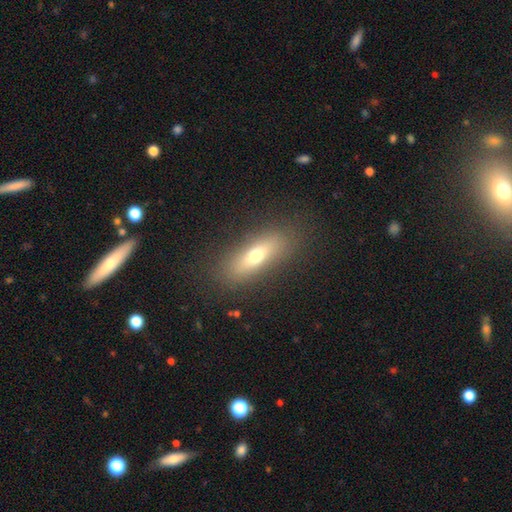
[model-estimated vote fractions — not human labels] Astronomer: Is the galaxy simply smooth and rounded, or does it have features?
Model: smooth — 63%.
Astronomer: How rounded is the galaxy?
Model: in between — 51% (runner-up: cigar-shaped, 45%).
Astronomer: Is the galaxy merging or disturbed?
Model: none — 84%.